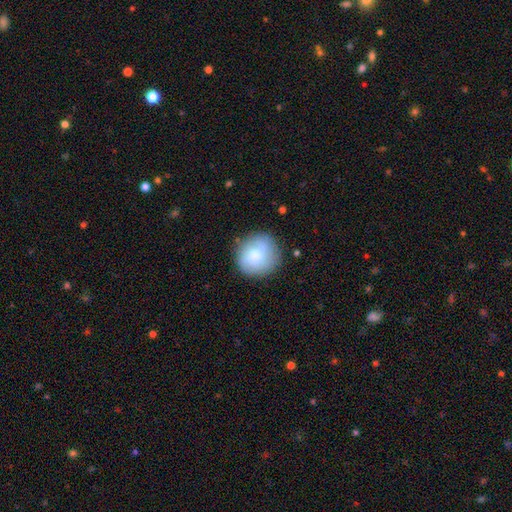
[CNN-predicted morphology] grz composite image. It shows a smooth galaxy with no disk features (74%) that is round (90%). Merging: none (77%).